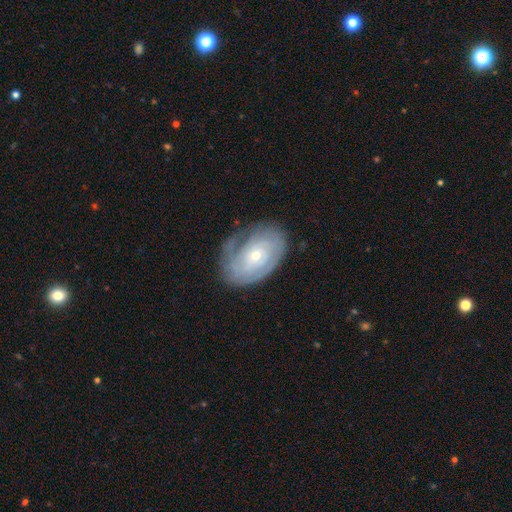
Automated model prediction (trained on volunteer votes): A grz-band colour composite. It shows a featured or disk galaxy (75%) with no bar (78%), tight (72%) spiral arms (83%) and a small central bulge (66%). Merging: none (66%).